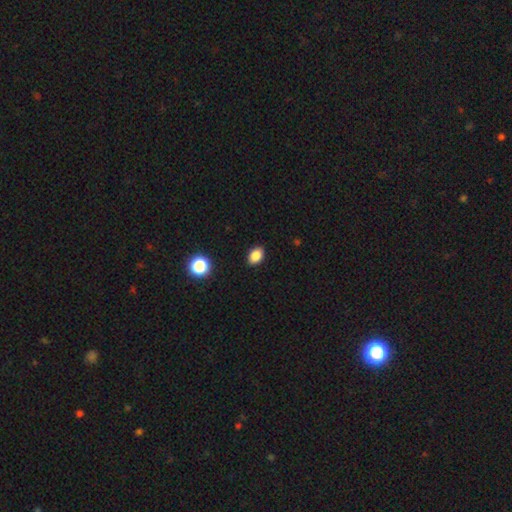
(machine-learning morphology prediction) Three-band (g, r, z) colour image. It shows a smooth galaxy with no disk features (85%) that is in between round and cigar-shaped (81%). Merging: none (90%).